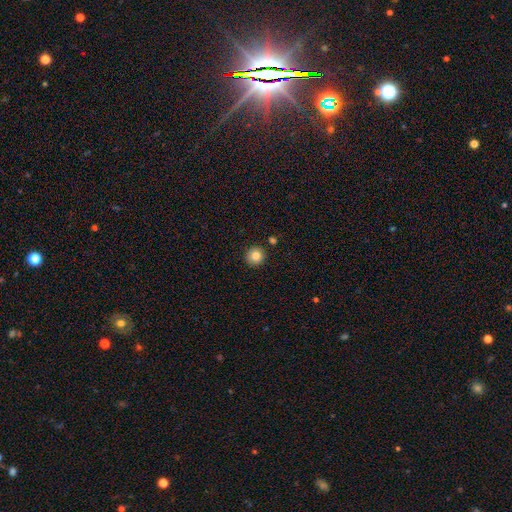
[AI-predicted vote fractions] Smooth or featured? smooth (85%)
How rounded? round (94%)
Merging? none (90%)